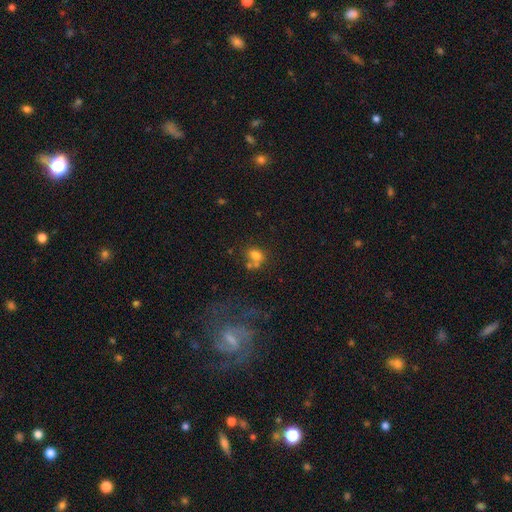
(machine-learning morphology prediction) Smooth or featured? smooth (71%)
How rounded? in between (58%)
Merging? none (42%)